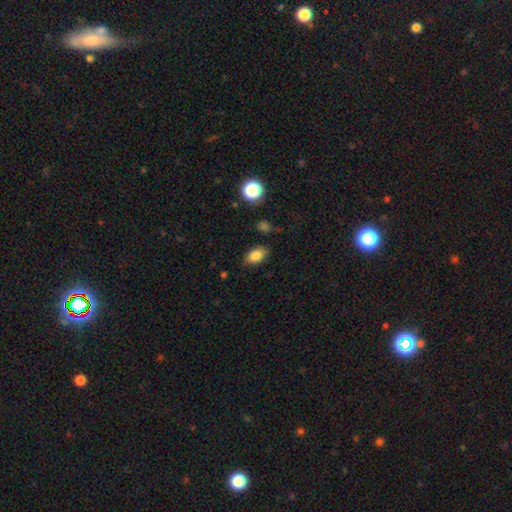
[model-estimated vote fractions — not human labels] Overall: smooth (82%). How rounded: in between (88%). Merging: none (80%).